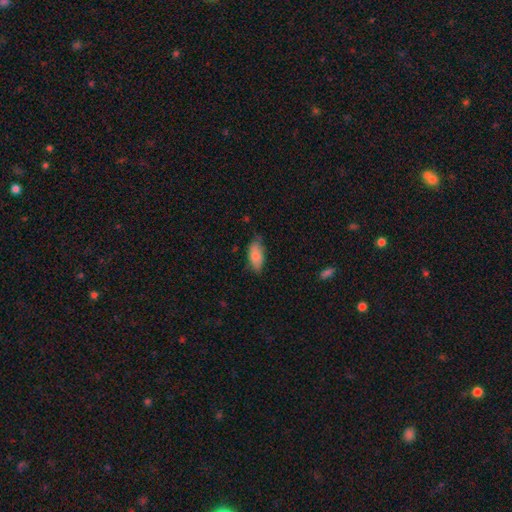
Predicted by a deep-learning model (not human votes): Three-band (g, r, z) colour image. It shows a smooth galaxy with no disk features (83%) that is in between round and cigar-shaped (87%). Merging: none (69%).